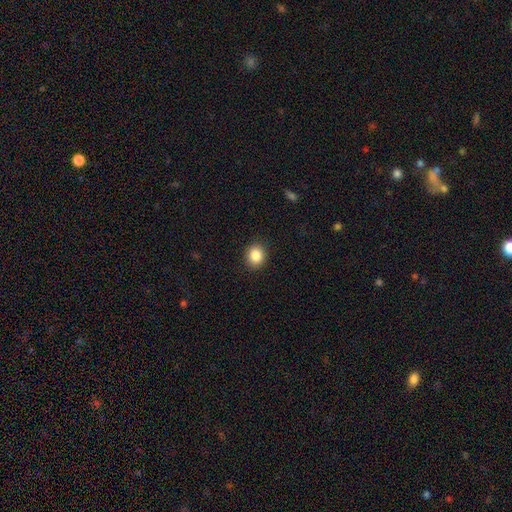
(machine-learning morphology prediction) Overall: smooth (86%). How rounded: round (76%). Merging: none (91%).